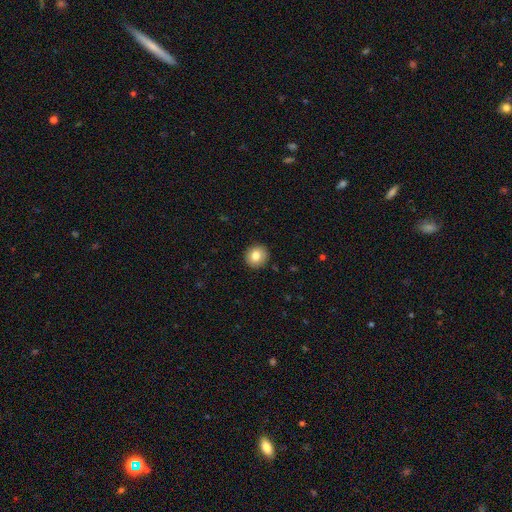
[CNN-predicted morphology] smooth_or_featured: smooth (p=0.81) [alt: featured or disk p=0.10]
how_rounded: round (p=0.91) [alt: in between p=0.08]
merging: none (p=0.91) [alt: minor disturbance p=0.06]